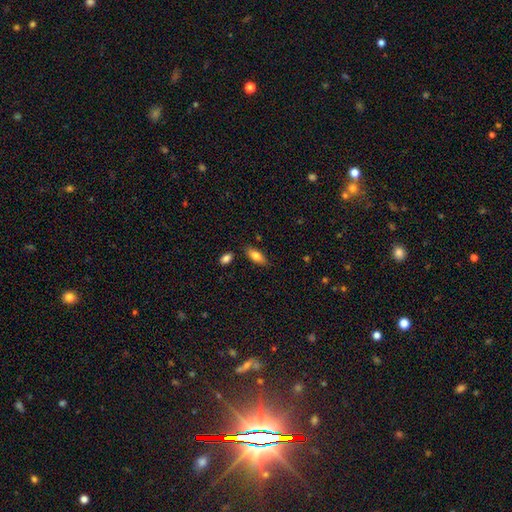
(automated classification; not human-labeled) Morphology: type=smooth (77%); roundness=in between (79%); merging=none (83%).